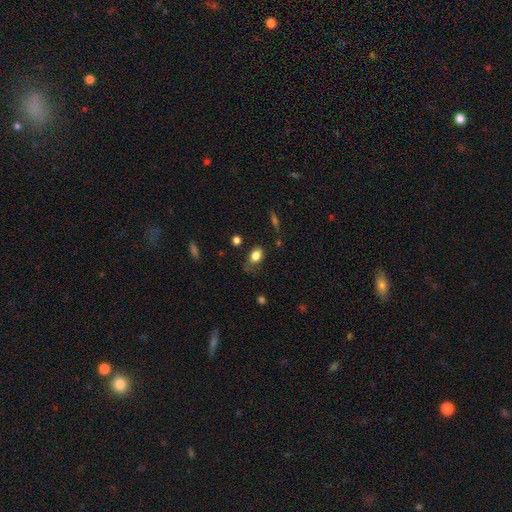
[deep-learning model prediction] smooth-or-featured: smooth: 82% | star or artifact: 10% | featured or disk: 8%
  how-rounded: in between: 72% | round: 26% | cigar-shaped: 2%
  merging: none: 62% | minor disturbance: 26% | major disturbance: 9% | merger: 3%